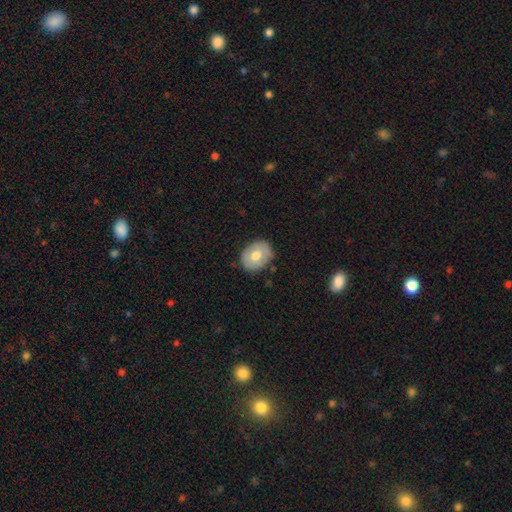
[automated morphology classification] Smooth or featured? smooth (61%)
How rounded? in between (61%)
Merging? none (81%)